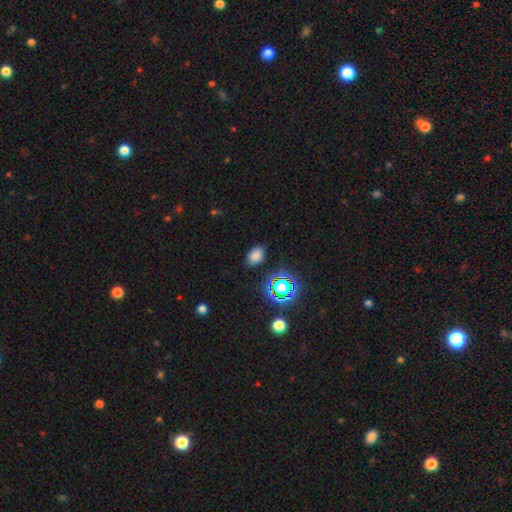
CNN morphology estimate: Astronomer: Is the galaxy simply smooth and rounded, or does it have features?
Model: smooth — 74%.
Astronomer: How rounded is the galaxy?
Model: in between — 83%.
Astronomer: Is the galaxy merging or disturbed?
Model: none — 83%.